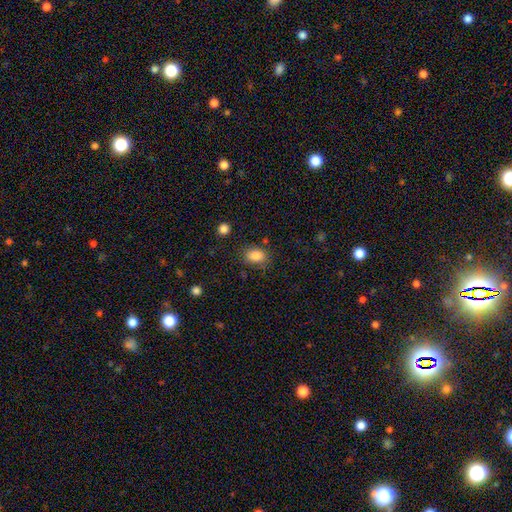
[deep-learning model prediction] Smooth or featured?
  - smooth: 86% *
  - star or artifact: 10%
  - featured or disk: 5%
How rounded?
  - in between: 79% *
  - round: 19%
  - cigar-shaped: 1%
Merging?
  - none: 77% *
  - minor disturbance: 16%
  - major disturbance: 5%
  - merger: 3%